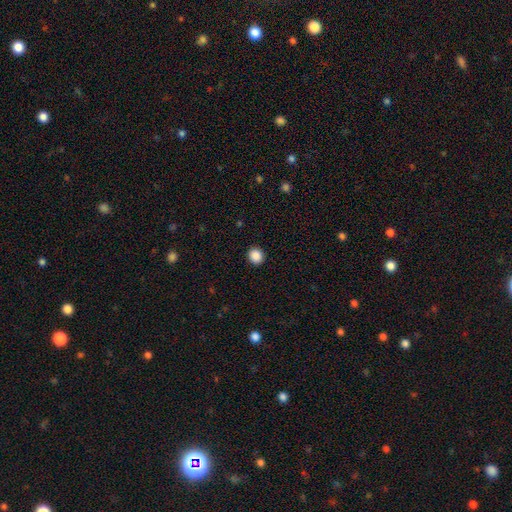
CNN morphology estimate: This is clearly a smooth galaxy (88%). How rounded: likely round (80%). Merging: clearly none (92%).